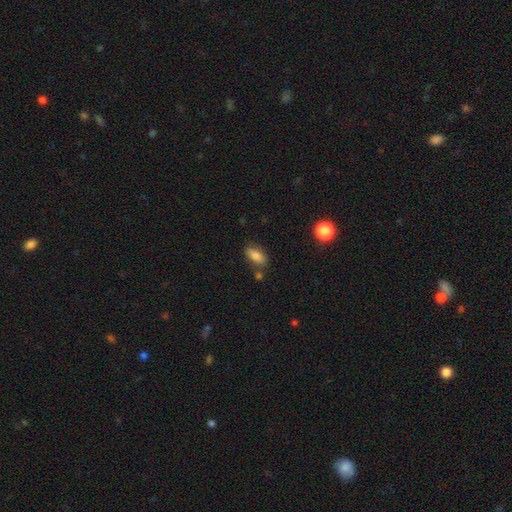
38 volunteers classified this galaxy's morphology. Overall: smooth (87%). How rounded: in between (73%). Merging: none (69%).